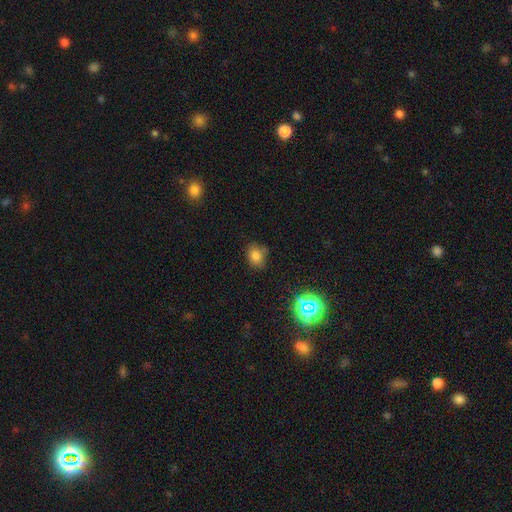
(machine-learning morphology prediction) Smooth or featured: smooth — 76% (star or artifact — 16%)
How rounded: in between — 50% (round — 49%)
Merging: none — 74% (minor disturbance — 18%)